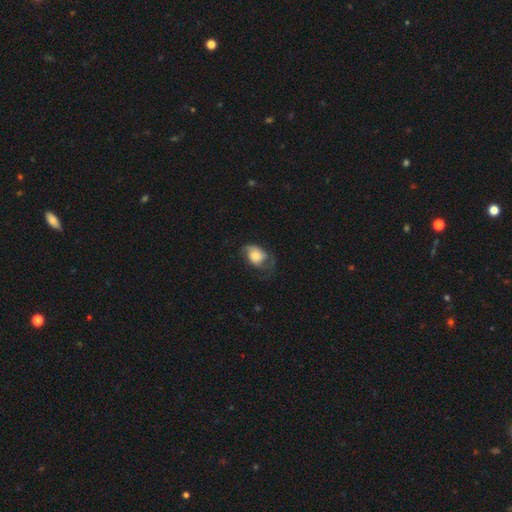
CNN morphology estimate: Smooth or featured? smooth (49%)
Merging? none (40%)